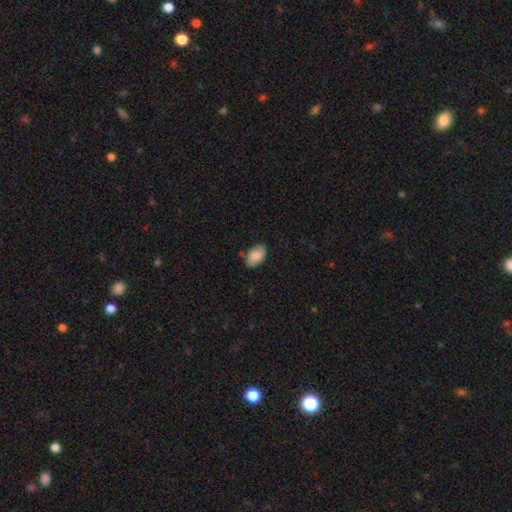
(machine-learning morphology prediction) This appears to be a smooth galaxy with no disk features (82%) that is in between round and cigar-shaped (92%). Merging: none (79%).